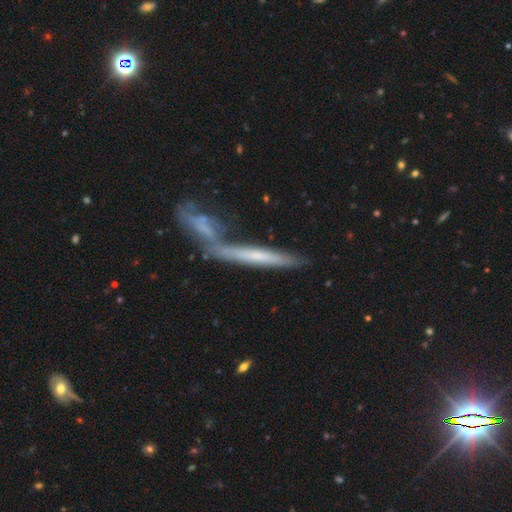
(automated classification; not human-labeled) featured or disk 49%, smooth 44%, star or artifact 8%. Down the decision tree: merging — none (47%).